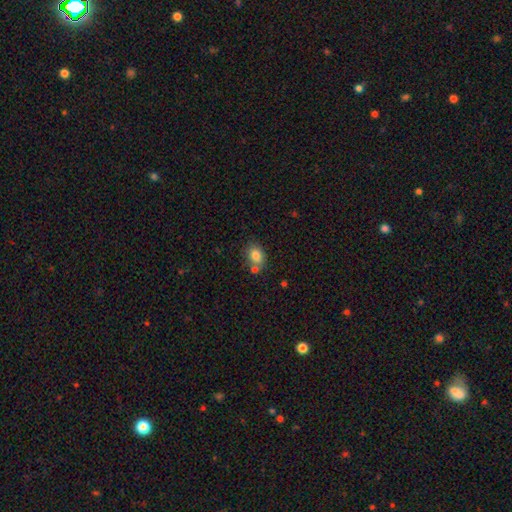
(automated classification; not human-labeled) Smooth or featured? smooth (83%)
How rounded? in between (63%)
Merging? none (65%)